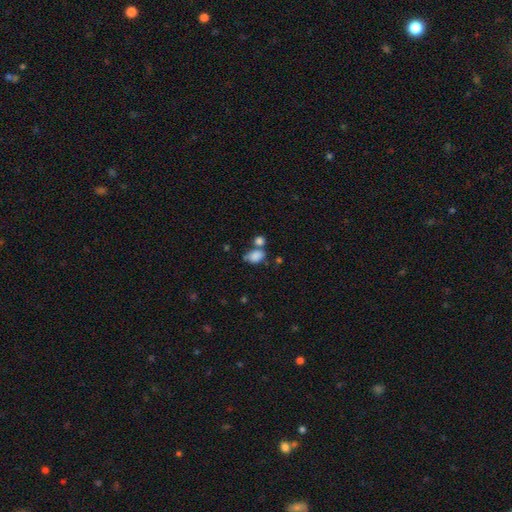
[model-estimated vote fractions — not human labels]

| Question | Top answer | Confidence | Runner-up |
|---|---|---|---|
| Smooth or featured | smooth | 83% | star or artifact (9%) |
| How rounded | in between | 80% | round (18%) |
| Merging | none | 41% | merger (34%) |